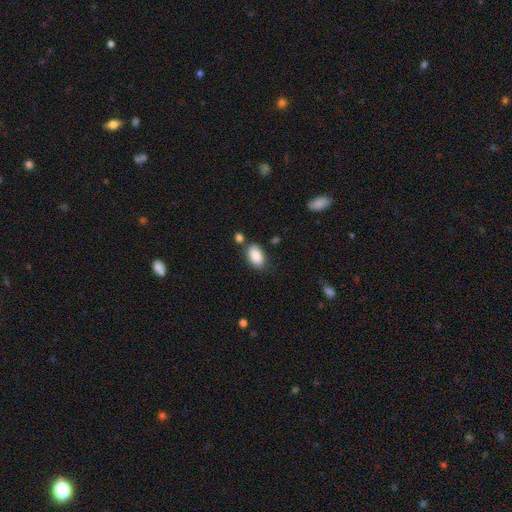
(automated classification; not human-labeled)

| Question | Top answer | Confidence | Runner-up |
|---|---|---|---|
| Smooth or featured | smooth | 87% | star or artifact (7%) |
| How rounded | in between | 93% | round (4%) |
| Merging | none | 68% | minor disturbance (17%) |